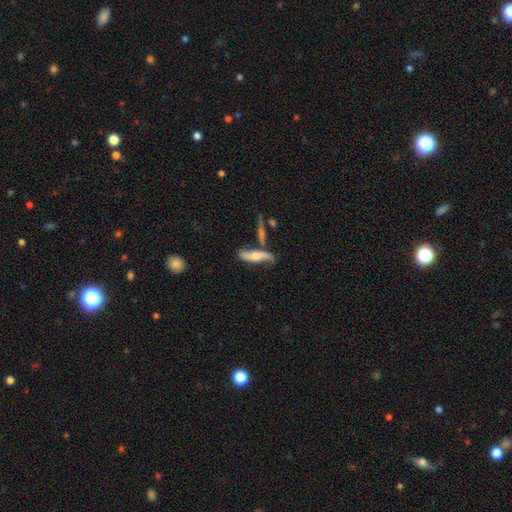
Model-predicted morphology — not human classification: A featured or disk galaxy (57%). Merging: none (52%).